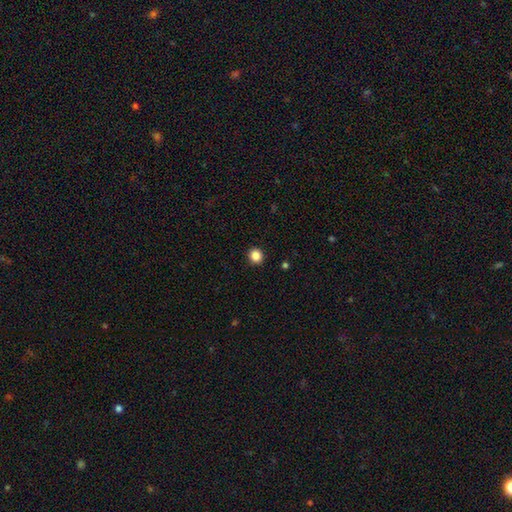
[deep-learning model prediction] Overall: smooth (86%). How rounded: round (89%). Merging: none (92%).